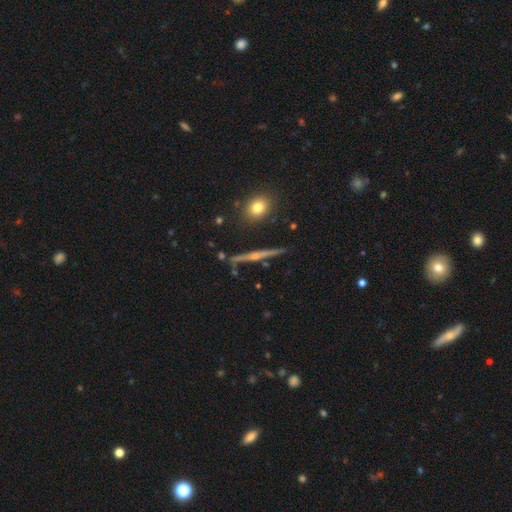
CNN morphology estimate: This is likely a featured or disk galaxy (77%). It is clearly viewed edge-on (97%). Edge-on bulge: likely rounded (72%). Merging: clearly none (85%).